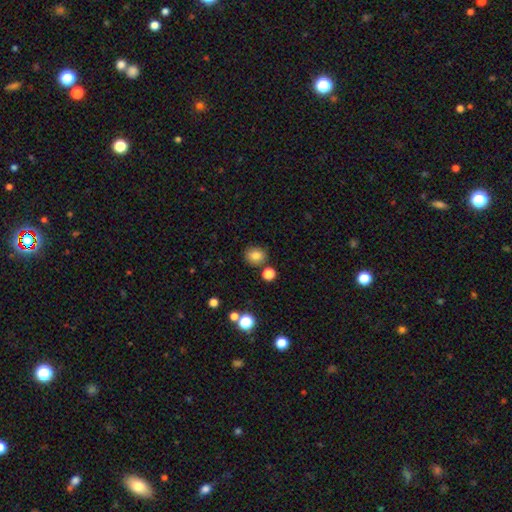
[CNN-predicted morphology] A smooth galaxy with no disk features (82%) that is round (79%). Merging: none (82%).